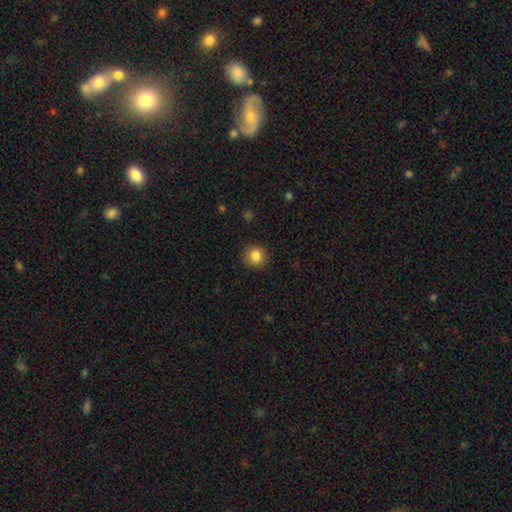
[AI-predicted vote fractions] A smooth galaxy with no disk features (85%) that is round (92%).

Vote fractions:
- Smooth or featured? smooth: 85% / star or artifact: 10% / featured or disk: 5%
- How rounded? round: 92% / in between: 7% / cigar-shaped: 1%
- Merging? none: 91% / minor disturbance: 6% / major disturbance: 2% / merger: 1%